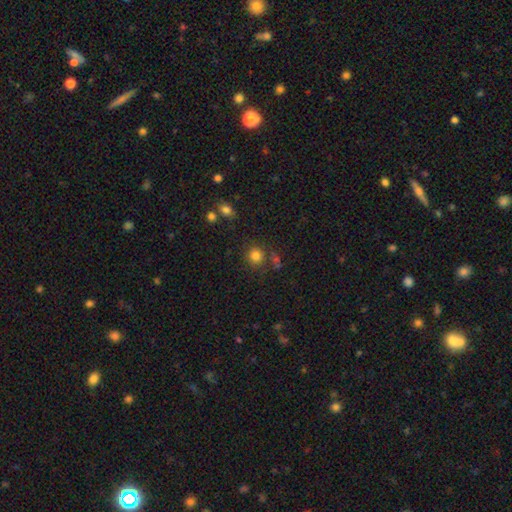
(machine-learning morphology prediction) A smooth galaxy with no disk features (81%) that is round (89%).

Vote fractions:
- Smooth or featured? smooth: 81% / star or artifact: 13% / featured or disk: 6%
- How rounded? round: 89% / in between: 10% / cigar-shaped: 1%
- Merging? none: 78% / minor disturbance: 10% / merger: 8% / major disturbance: 4%